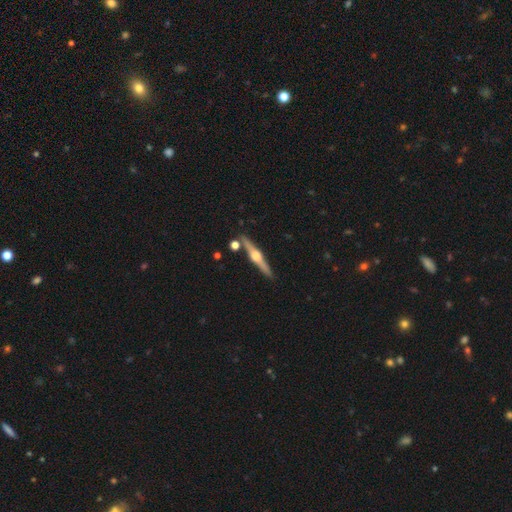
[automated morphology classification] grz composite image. It shows a featured or disk galaxy (81%) viewed edge-on (98%) with a rounded central bulge (94%). Merging: none (86%).